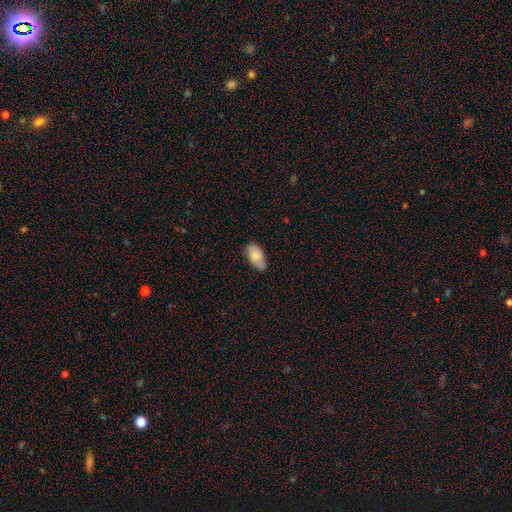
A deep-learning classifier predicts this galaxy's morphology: A smooth galaxy with no disk features (79%) that is in between round and cigar-shaped (93%). Merging: none (63%).